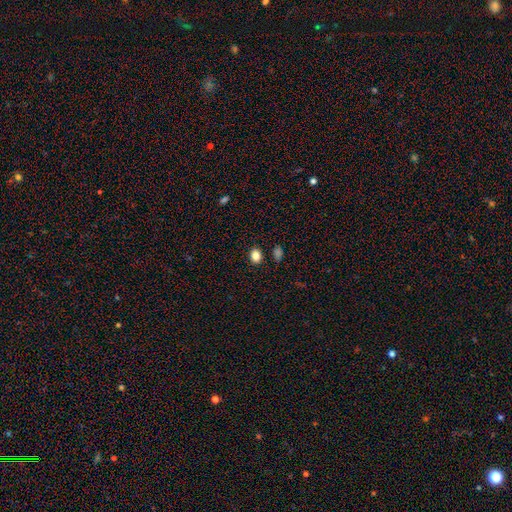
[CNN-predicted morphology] A smooth galaxy with no disk features (84%) that is in between round and cigar-shaped (52%). Merging: none (87%).